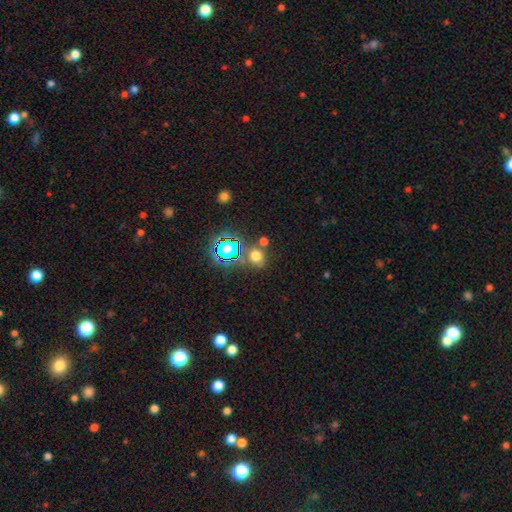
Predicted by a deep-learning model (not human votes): A smooth galaxy with no disk features (62%) that is round (73%). Merging: none (66%).